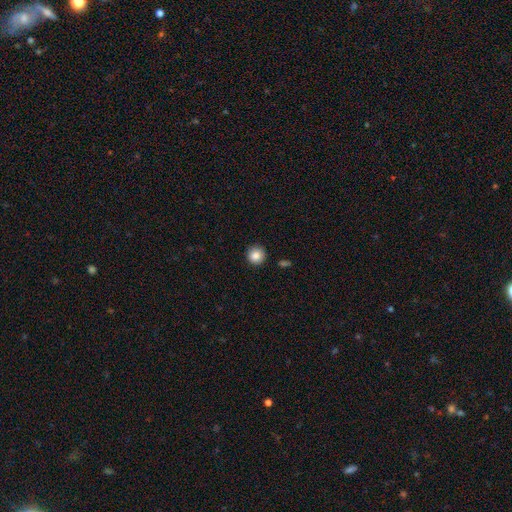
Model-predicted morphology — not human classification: Smooth or featured?
  - smooth: 86% *
  - star or artifact: 9%
  - featured or disk: 5%
How rounded?
  - round: 95% *
  - in between: 4%
  - cigar-shaped: 1%
Merging?
  - none: 92% *
  - minor disturbance: 5%
  - major disturbance: 2%
  - merger: 1%